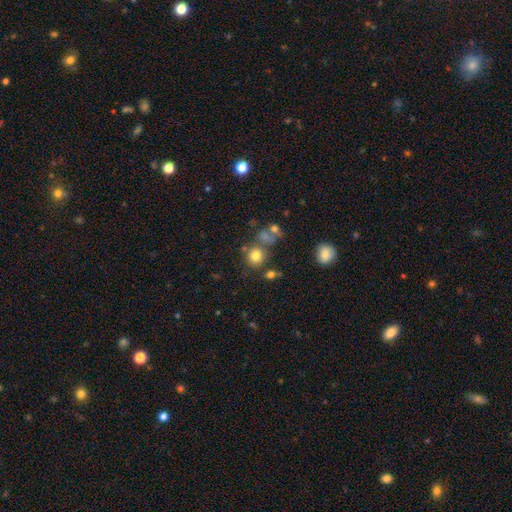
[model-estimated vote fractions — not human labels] A smooth galaxy with no disk features (77%) that is round (85%).

Vote fractions:
- Smooth or featured? smooth: 77% / star or artifact: 14% / featured or disk: 9%
- How rounded? round: 85% / in between: 14% / cigar-shaped: 1%
- Merging? none: 67% / merger: 15% / minor disturbance: 12% / major disturbance: 5%